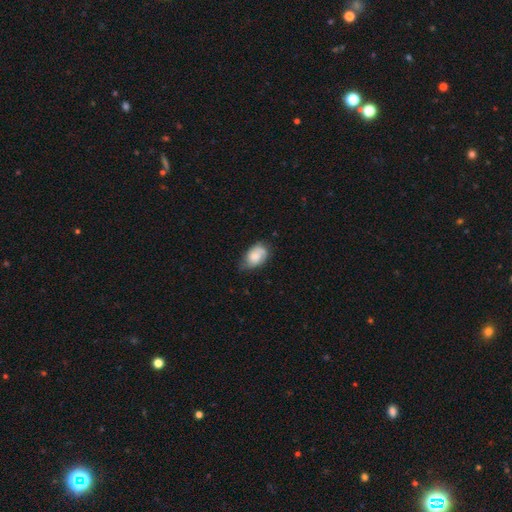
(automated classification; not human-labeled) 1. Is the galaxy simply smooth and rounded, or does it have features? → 63% smooth, 30% featured or disk, 7% star or artifact.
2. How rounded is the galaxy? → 84% in between, 14% round, 1% cigar-shaped.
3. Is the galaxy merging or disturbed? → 54% none, 35% minor disturbance, 9% major disturbance, 2% merger.